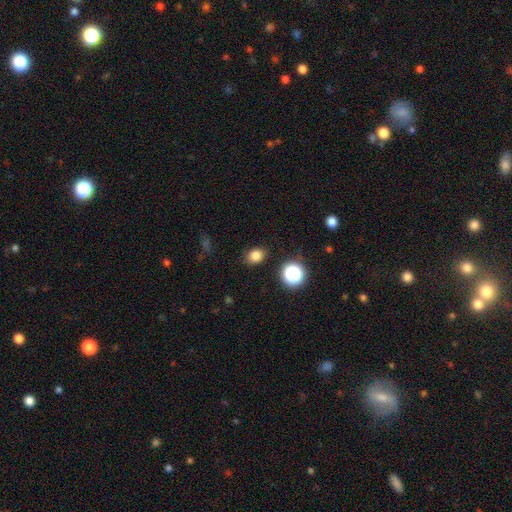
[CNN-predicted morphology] smooth-or-featured: smooth: 81% | star or artifact: 14% | featured or disk: 5%
  how-rounded: in between: 57% | round: 42% | cigar-shaped: 1%
  merging: none: 85% | minor disturbance: 11% | major disturbance: 3% | merger: 2%